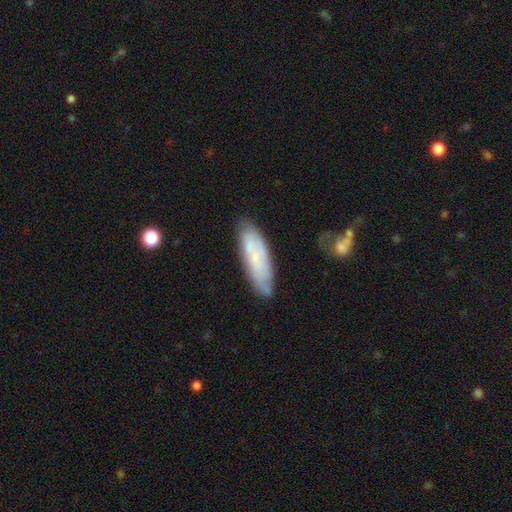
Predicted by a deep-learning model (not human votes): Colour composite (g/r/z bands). It shows a smooth galaxy with no disk features (56%) that is in between round and cigar-shaped (51%). Merging: none (74%).